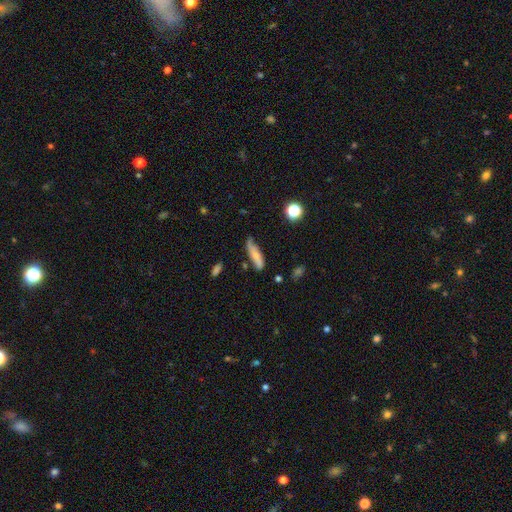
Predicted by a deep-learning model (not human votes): Smooth or featured? Predicted: smooth (p=0.67). How rounded? Predicted: cigar-shaped (p=0.67). Merging? Predicted: none (p=0.56).